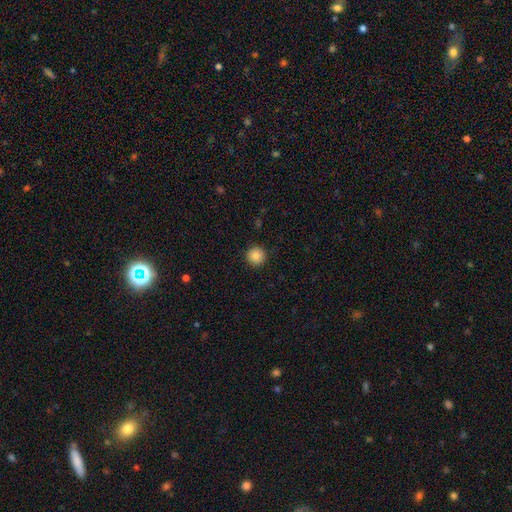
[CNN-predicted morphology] Smooth or featured?
  - smooth: 87% *
  - star or artifact: 9%
  - featured or disk: 4%
How rounded?
  - round: 95% *
  - in between: 4%
  - cigar-shaped: 1%
Merging?
  - none: 92% *
  - minor disturbance: 5%
  - major disturbance: 2%
  - merger: 1%